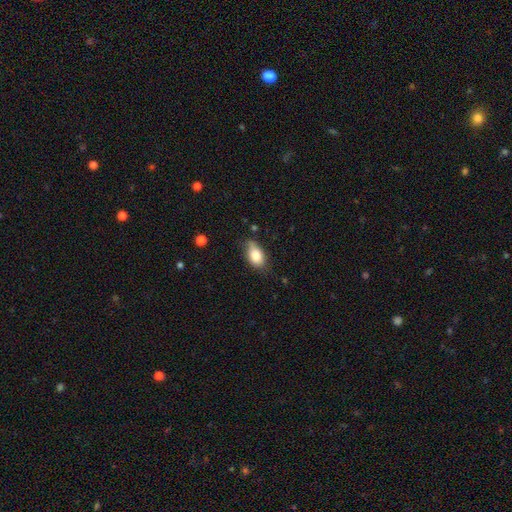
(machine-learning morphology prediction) Smooth or featured: smooth — 82% (featured or disk — 11%)
How rounded: in between — 89% (round — 7%)
Merging: none — 61% (minor disturbance — 31%)